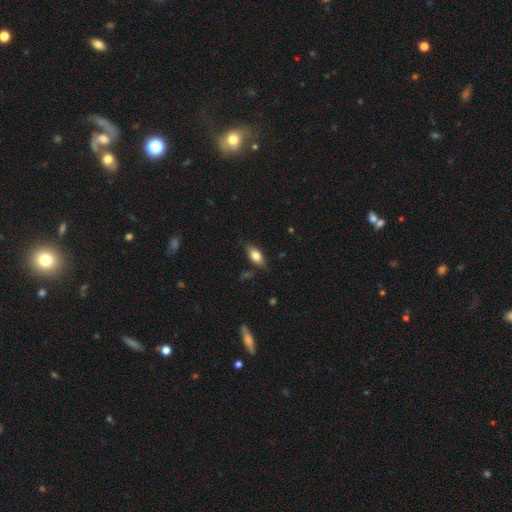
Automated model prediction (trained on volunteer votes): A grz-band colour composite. It shows a smooth galaxy with no disk features (77%) that is in between round and cigar-shaped (86%). Merging: none (80%).